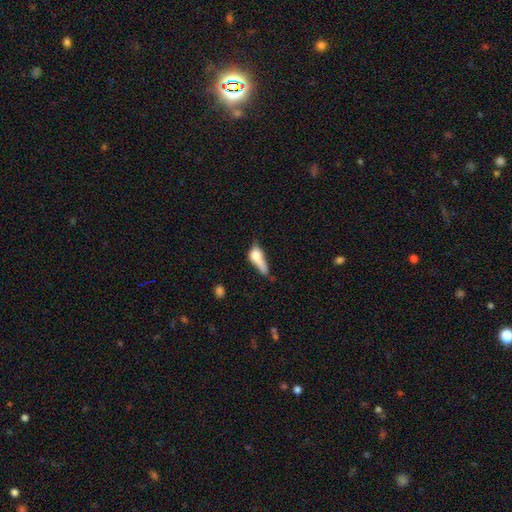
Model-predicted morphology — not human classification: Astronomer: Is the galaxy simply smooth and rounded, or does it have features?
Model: smooth — 63%.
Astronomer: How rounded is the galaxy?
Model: in between — 53% (runner-up: cigar-shaped, 34%).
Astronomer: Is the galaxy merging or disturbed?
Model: major disturbance — 31% (runner-up: minor disturbance, 27%).